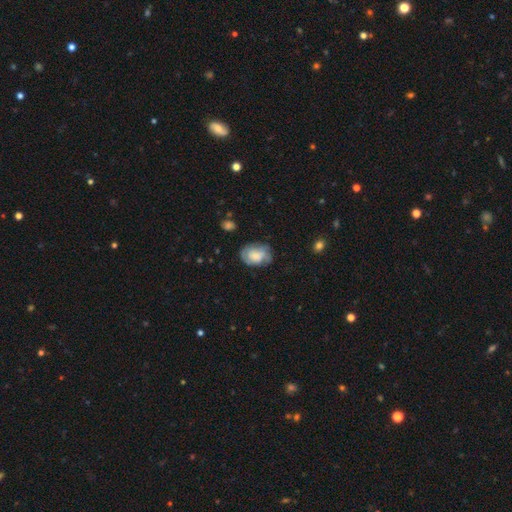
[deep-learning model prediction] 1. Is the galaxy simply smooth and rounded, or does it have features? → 54% smooth, 38% featured or disk, 8% star or artifact.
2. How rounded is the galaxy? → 77% in between, 22% round, 1% cigar-shaped.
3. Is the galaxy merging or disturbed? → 64% none, 25% minor disturbance, 9% major disturbance, 2% merger.